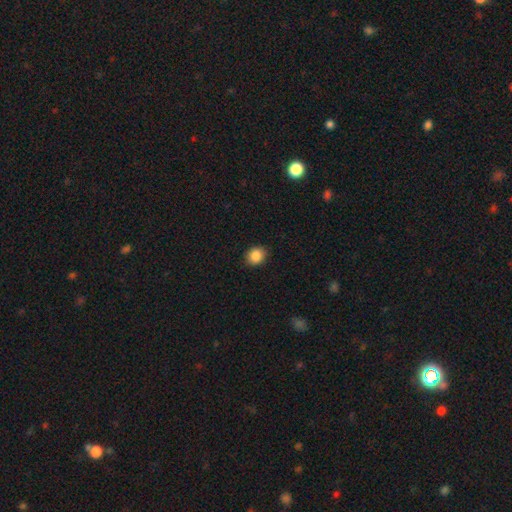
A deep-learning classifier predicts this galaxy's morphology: A smooth galaxy with no disk features (87%) that is round (66%).

Vote fractions:
- Smooth or featured? smooth: 87% / star or artifact: 9% / featured or disk: 4%
- How rounded? round: 66% / in between: 33% / cigar-shaped: 1%
- Merging? none: 89% / minor disturbance: 8% / major disturbance: 2% / merger: 1%